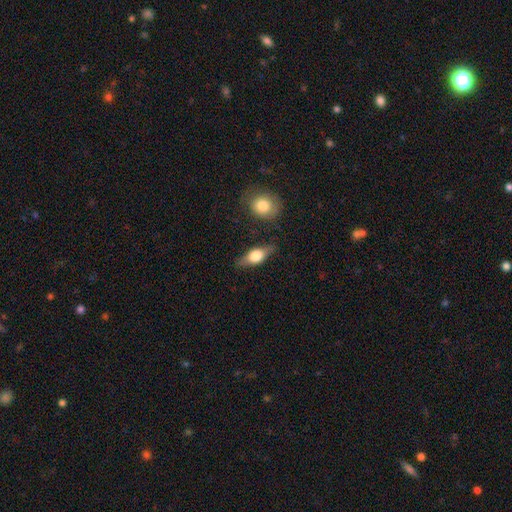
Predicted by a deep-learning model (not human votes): Smooth or featured? Predicted: smooth (p=0.51). How rounded? Predicted: in between (p=0.66). Merging? Predicted: none (p=0.79).